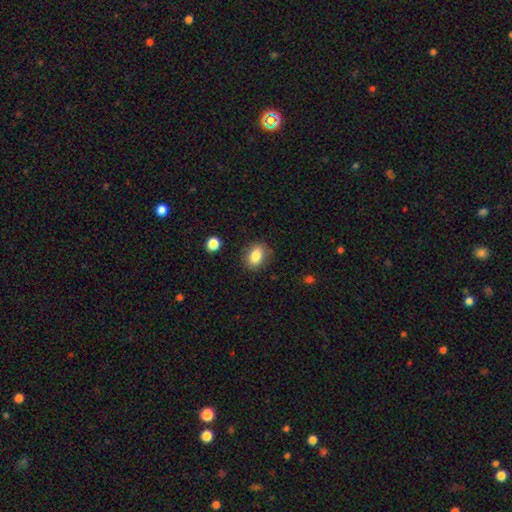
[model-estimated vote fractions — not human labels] Smooth or featured: smooth — 85% (star or artifact — 9%)
How rounded: in between — 73% (round — 25%)
Merging: none — 84% (minor disturbance — 12%)